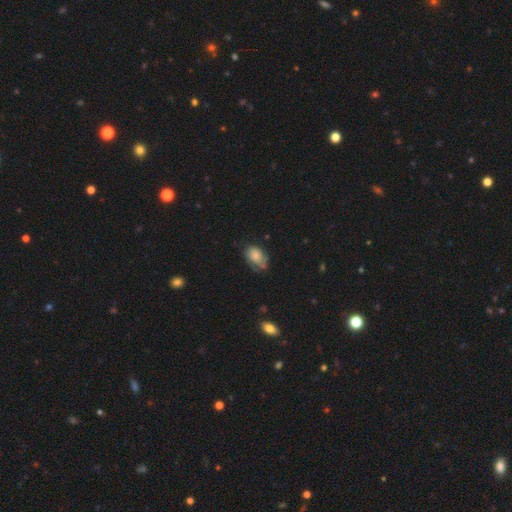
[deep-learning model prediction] Q: Smooth or featured?
A: smooth (70%); runner-up: featured or disk (20%)
Q: How rounded?
A: in between (77%); runner-up: round (21%)
Q: Merging?
A: none (46%); runner-up: minor disturbance (35%)